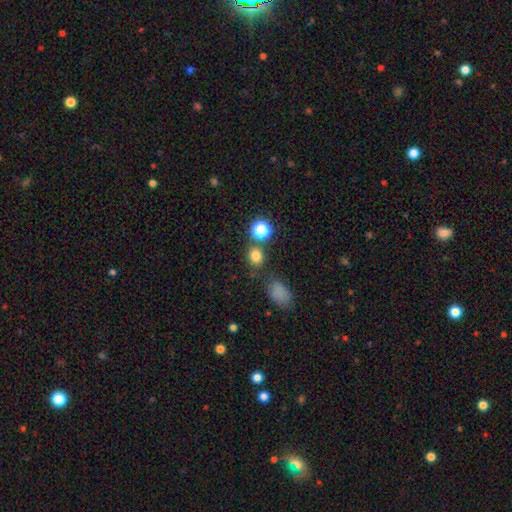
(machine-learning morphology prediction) A smooth galaxy with no disk features (76%) that is round (65%). Merging: none (73%).